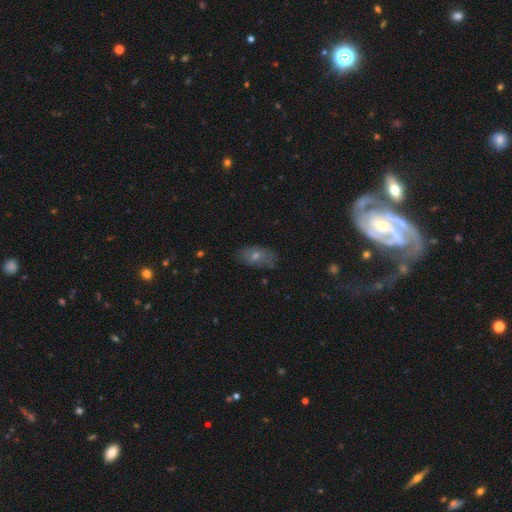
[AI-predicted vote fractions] A smooth galaxy with no disk features (48%).

Vote fractions:
- Smooth or featured? smooth: 48% / featured or disk: 32% / star or artifact: 19%
- Merging? none: 73% / minor disturbance: 20% / major disturbance: 6% / merger: 2%